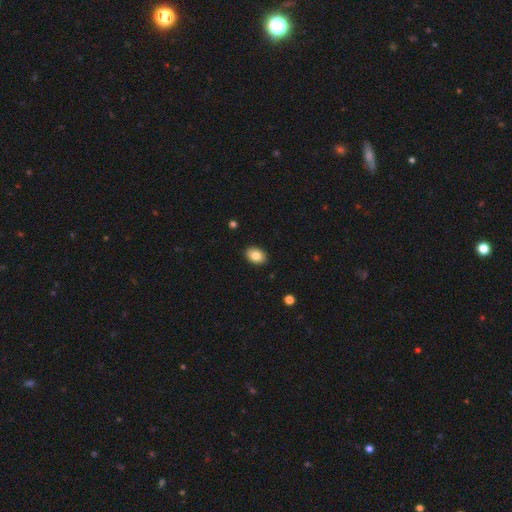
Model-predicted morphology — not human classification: A smooth galaxy with no disk features (83%) that is in between round and cigar-shaped (82%).

Vote fractions:
- Smooth or featured? smooth: 83% / featured or disk: 10% / star or artifact: 8%
- How rounded? in between: 82% / round: 17% / cigar-shaped: 1%
- Merging? none: 90% / minor disturbance: 7% / major disturbance: 2% / merger: 1%